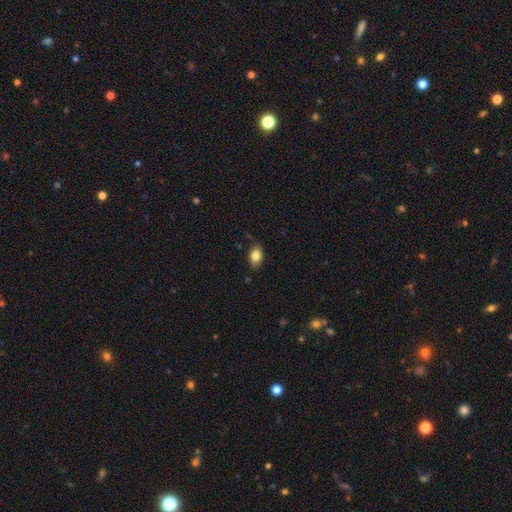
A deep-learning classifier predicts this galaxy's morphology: Smooth or featured?
  - smooth: 84% *
  - star or artifact: 8%
  - featured or disk: 8%
How rounded?
  - in between: 82% *
  - round: 16%
  - cigar-shaped: 1%
Merging?
  - none: 84% *
  - minor disturbance: 13%
  - major disturbance: 2%
  - merger: 1%